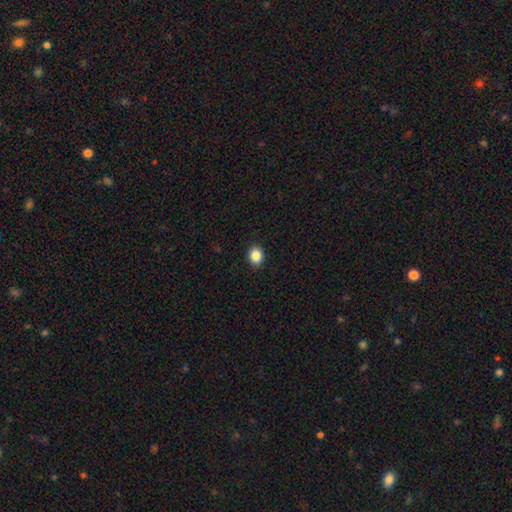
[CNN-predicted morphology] Smooth or featured: smooth — 87% (star or artifact — 10%)
How rounded: round — 65% (in between — 34%)
Merging: none — 92% (minor disturbance — 6%)